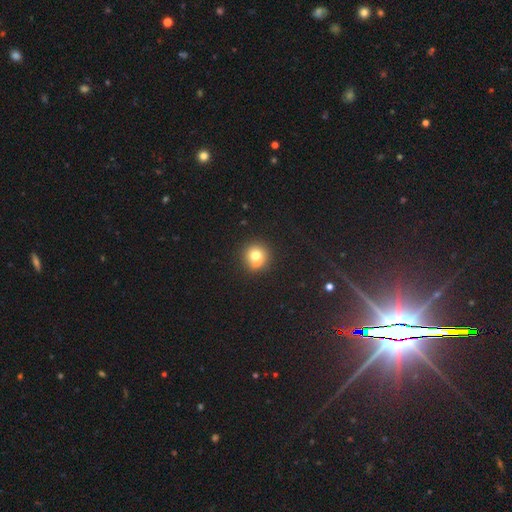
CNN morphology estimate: A smooth galaxy with no disk features (74%) that is round (92%).

Vote fractions:
- Smooth or featured? smooth: 74% / star or artifact: 14% / featured or disk: 12%
- How rounded? round: 92% / in between: 7% / cigar-shaped: 1%
- Merging? none: 77% / minor disturbance: 14% / merger: 5% / major disturbance: 4%